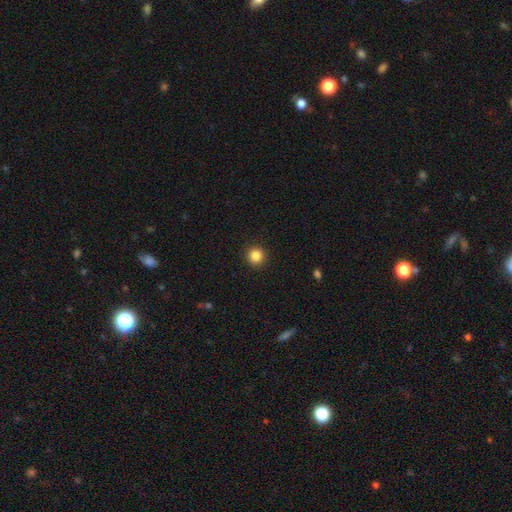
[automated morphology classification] Smooth or featured: smooth — 85% (star or artifact — 11%)
How rounded: round — 95% (in between — 4%)
Merging: none — 93% (minor disturbance — 5%)